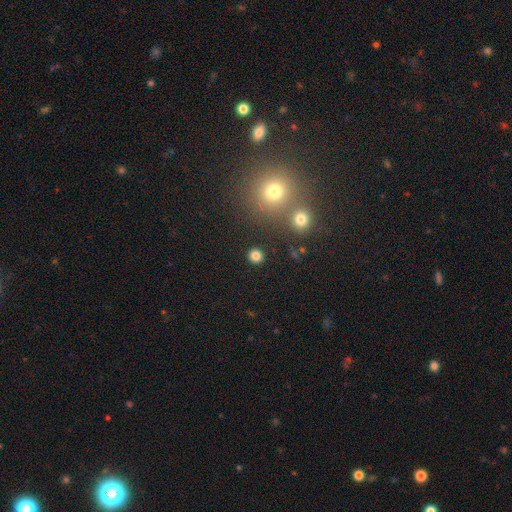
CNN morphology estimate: A smooth galaxy with no disk features (81%) that is round (89%).

Vote fractions:
- Smooth or featured? smooth: 81% / star or artifact: 14% / featured or disk: 4%
- How rounded? round: 89% / in between: 10% / cigar-shaped: 1%
- Merging? none: 89% / minor disturbance: 5% / merger: 3% / major disturbance: 2%